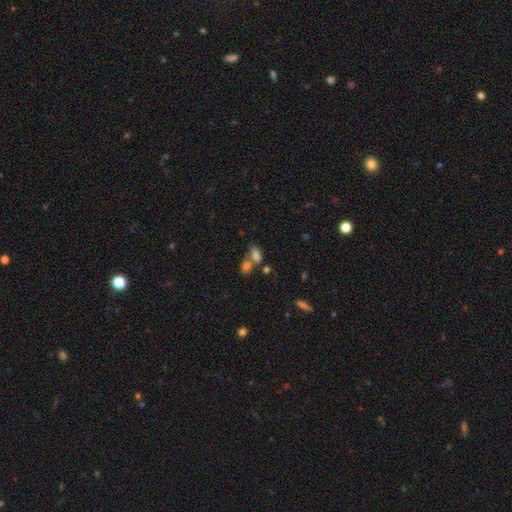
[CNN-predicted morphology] Overall: smooth (78%). How rounded: in between (87%). Merging: merger (51%; none 33%).